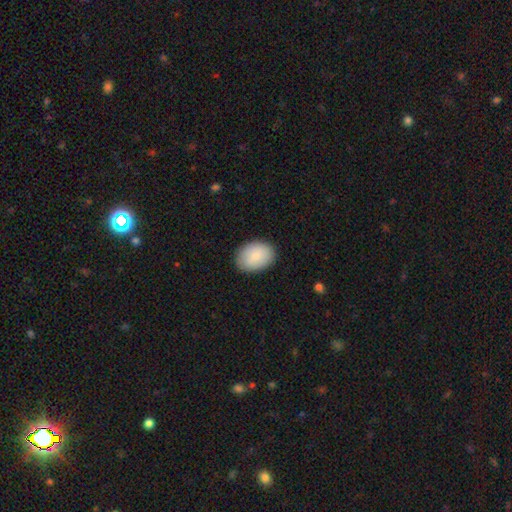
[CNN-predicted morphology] smooth-or-featured: smooth: 83% | featured or disk: 10% | star or artifact: 7%
  how-rounded: in between: 78% | round: 21% | cigar-shaped: 1%
  merging: none: 87% | minor disturbance: 10% | major disturbance: 2% | merger: 1%